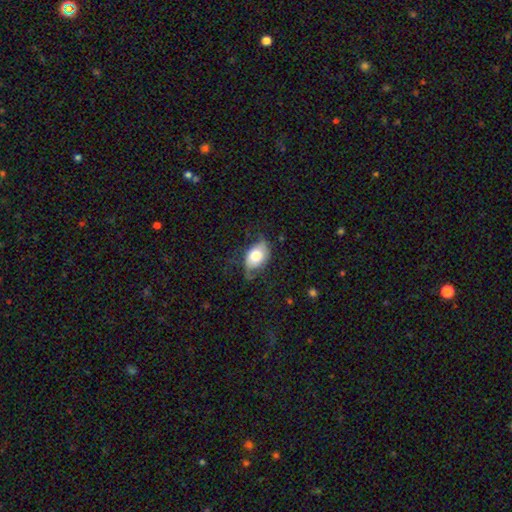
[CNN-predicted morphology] Overall: smooth (66%; featured or disk 27%). How rounded: in between (90%). Merging: none (54%; minor disturbance 30%).